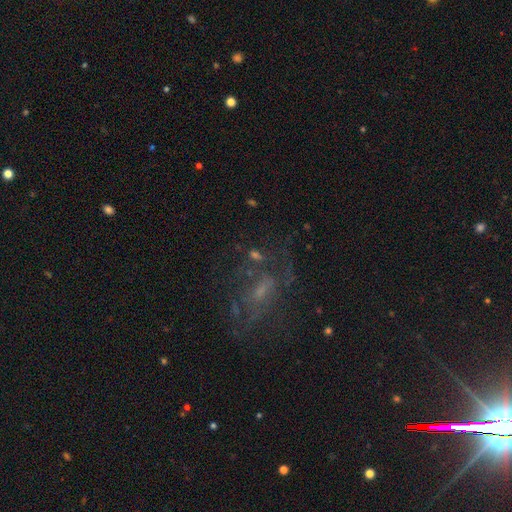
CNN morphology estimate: Smooth or featured? featured or disk (56%)
Edge-on disk? no (95%)
Bar? no (52%)
Spiral arms? yes (56%)
Bulge size? small (48%)
Merging? none (48%)